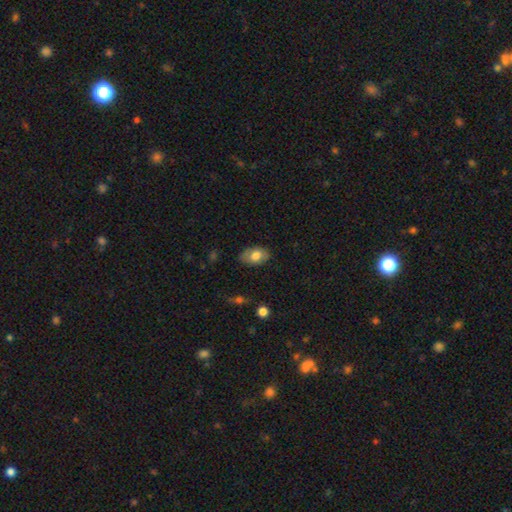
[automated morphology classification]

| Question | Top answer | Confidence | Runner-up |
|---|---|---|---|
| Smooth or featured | smooth | 71% | featured or disk (22%) |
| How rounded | in between | 89% | round (9%) |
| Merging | none | 76% | minor disturbance (18%) |